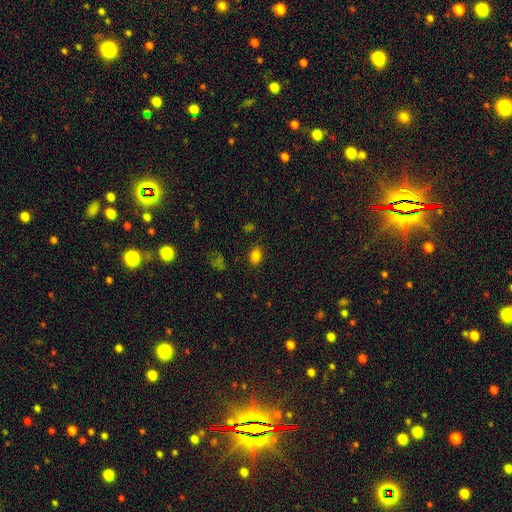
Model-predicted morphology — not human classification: Overall: smooth (81%). How rounded: in between (75%). Merging: none (84%).